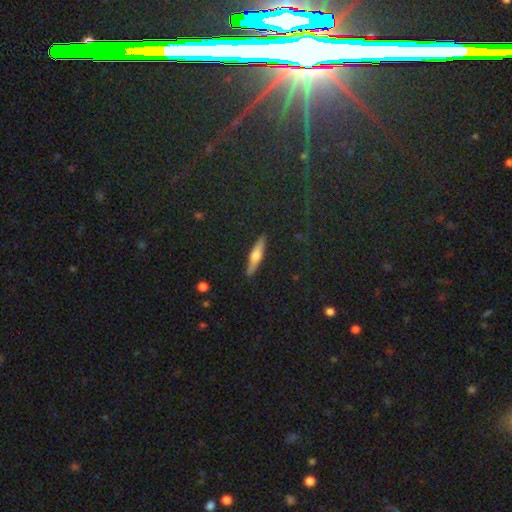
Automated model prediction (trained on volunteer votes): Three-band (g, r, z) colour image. It shows a featured or disk galaxy (51%) viewed edge-on (94%). Merging: none (90%).